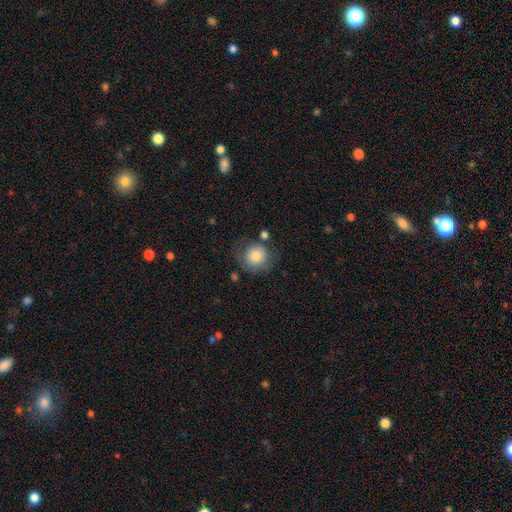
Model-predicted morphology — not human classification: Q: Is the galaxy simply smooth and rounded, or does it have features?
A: smooth — 78%.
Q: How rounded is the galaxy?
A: round — 87%.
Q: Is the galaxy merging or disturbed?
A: none — 65%.